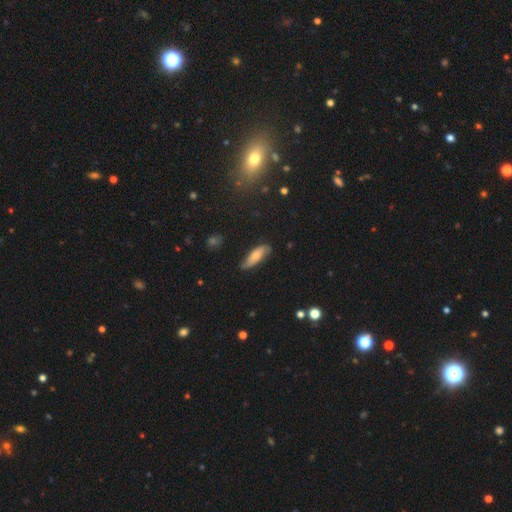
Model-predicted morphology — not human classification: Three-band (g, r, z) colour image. It shows a smooth galaxy with no disk features (55%) that is in between round and cigar-shaped (58%). Merging: none (66%).